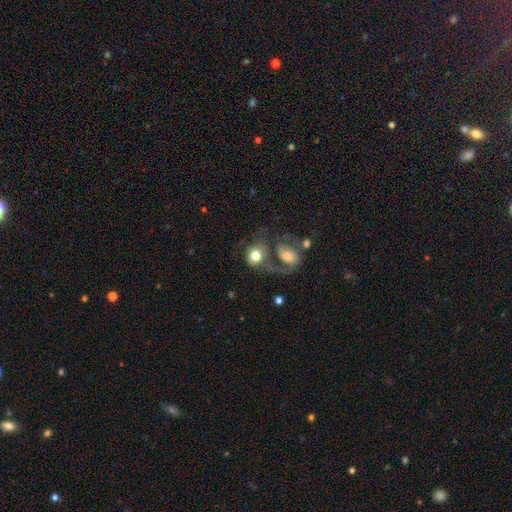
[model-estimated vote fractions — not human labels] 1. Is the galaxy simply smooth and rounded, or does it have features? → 60% smooth, 32% featured or disk, 8% star or artifact.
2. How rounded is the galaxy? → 64% round, 35% in between, 1% cigar-shaped.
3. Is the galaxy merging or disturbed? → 44% merger, 24% none, 21% major disturbance, 12% minor disturbance.